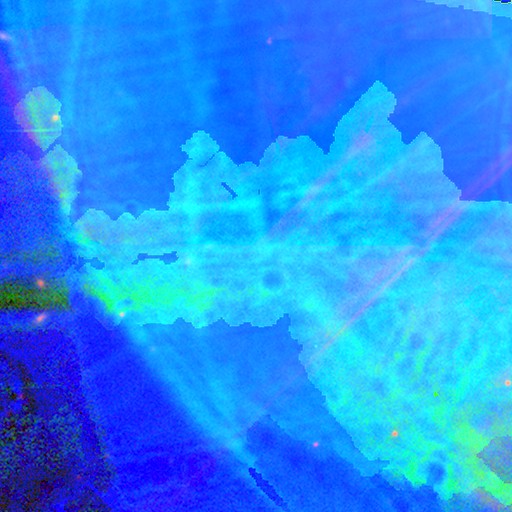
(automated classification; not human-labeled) smooth-or-featured: star or artifact: 85% | featured or disk: 9% | smooth: 6%